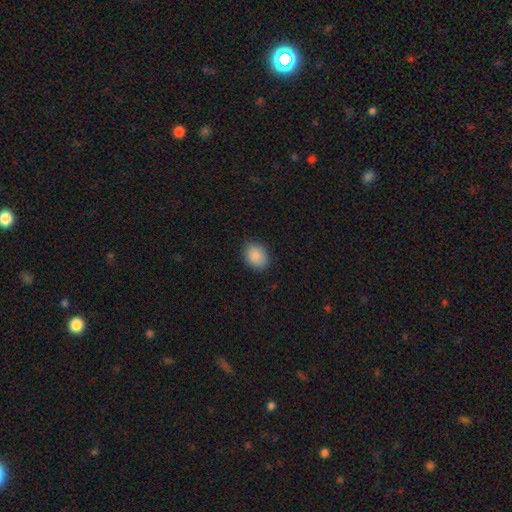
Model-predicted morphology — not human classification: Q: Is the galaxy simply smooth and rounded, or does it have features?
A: smooth — 89%.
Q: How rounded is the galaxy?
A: in between — 56%.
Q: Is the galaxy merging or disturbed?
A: none — 86%.